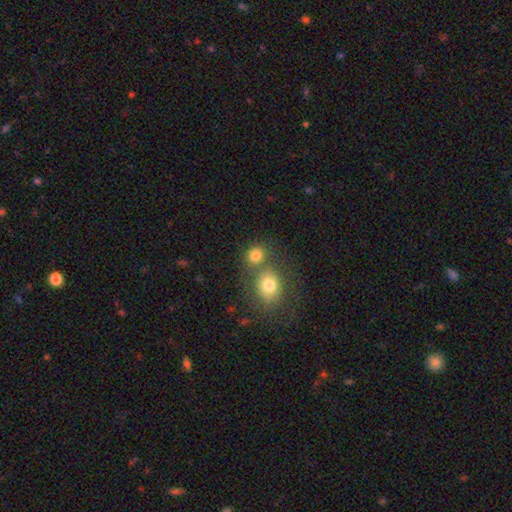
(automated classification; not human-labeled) smooth 79%, star or artifact 13%, featured or disk 8%. Down the decision tree: how rounded — round (75%); merging — none (55%).